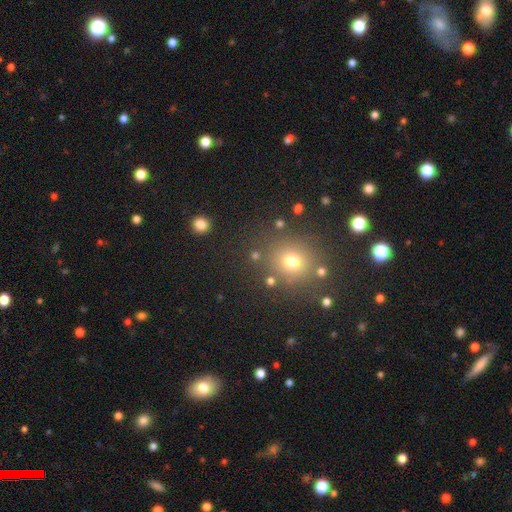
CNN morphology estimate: The model was most divided on "smooth or featured": smooth: 69%, star or artifact: 24%, featured or disk: 8%. More confident: how rounded — round (84%); merging — none (83%).